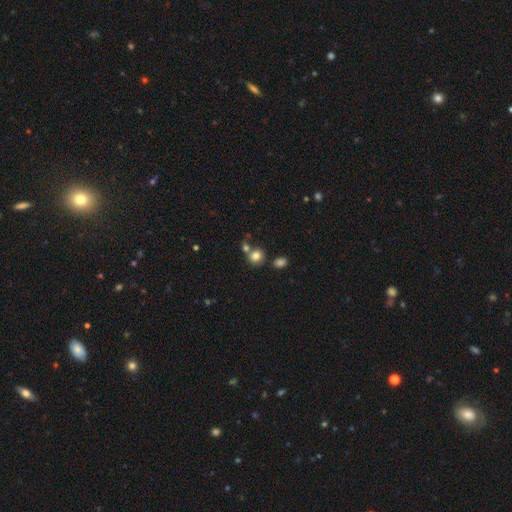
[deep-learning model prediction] Smooth or featured: smooth — 81% (star or artifact — 12%)
How rounded: round — 75% (in between — 24%)
Merging: none — 62% (merger — 23%)